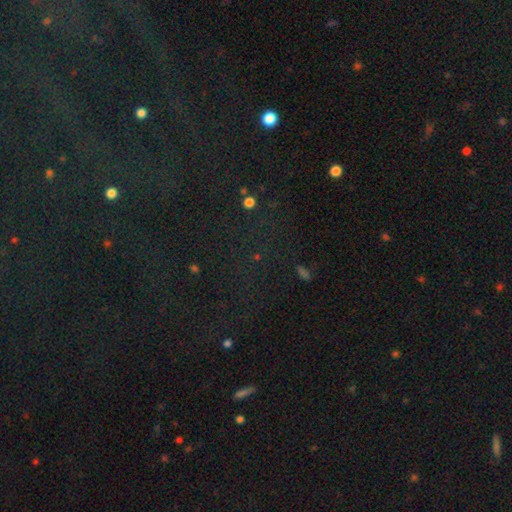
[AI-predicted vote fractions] Q: Smooth or featured?
A: star or artifact (77%); runner-up: smooth (14%)